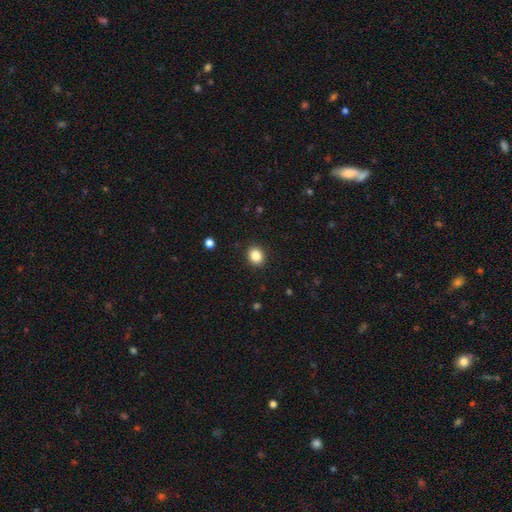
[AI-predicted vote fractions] The model was most divided on "how rounded": round: 67%, in between: 32%, cigar-shaped: 1%. More confident: merging — none (91%); smooth or featured — smooth (85%).